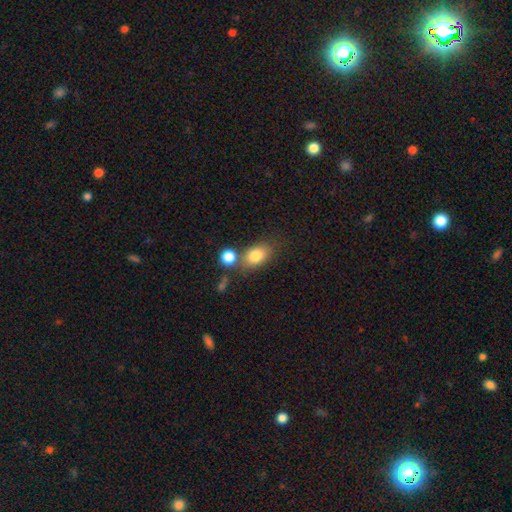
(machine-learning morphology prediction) Q: Smooth or featured?
A: smooth (80%); runner-up: featured or disk (10%)
Q: How rounded?
A: in between (74%); runner-up: round (23%)
Q: Merging?
A: none (57%); runner-up: merger (24%)